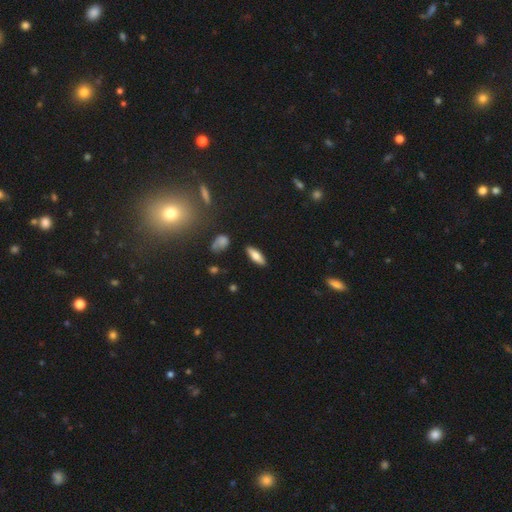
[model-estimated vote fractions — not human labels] Smooth or featured: smooth — 70% (featured or disk — 23%)
How rounded: in between — 54% (cigar-shaped — 44%)
Merging: none — 87% (minor disturbance — 9%)